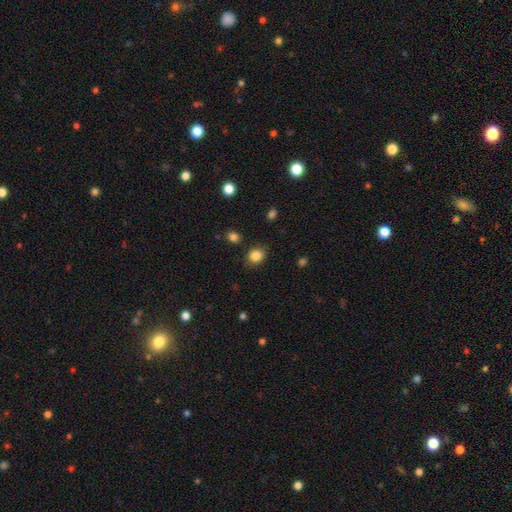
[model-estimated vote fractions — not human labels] smooth 85%, star or artifact 10%, featured or disk 5%. Down the decision tree: how rounded — round (66%); merging — none (81%).